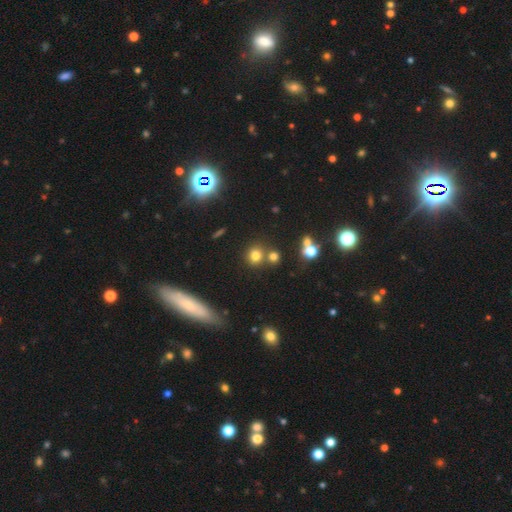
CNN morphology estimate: smooth 72%, star or artifact 18%, featured or disk 9%. Down the decision tree: how rounded — round (81%); merging — none (66%).